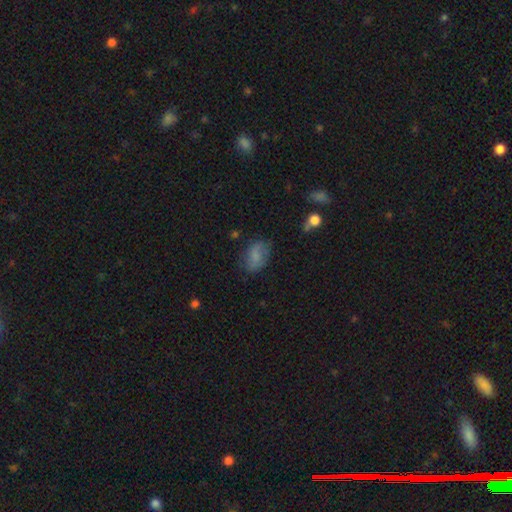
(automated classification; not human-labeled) smooth_or_featured: smooth (p=0.68) [alt: featured or disk p=0.22]
how_rounded: in between (p=0.86) [alt: round p=0.12]
merging: none (p=0.67) [alt: minor disturbance p=0.23]